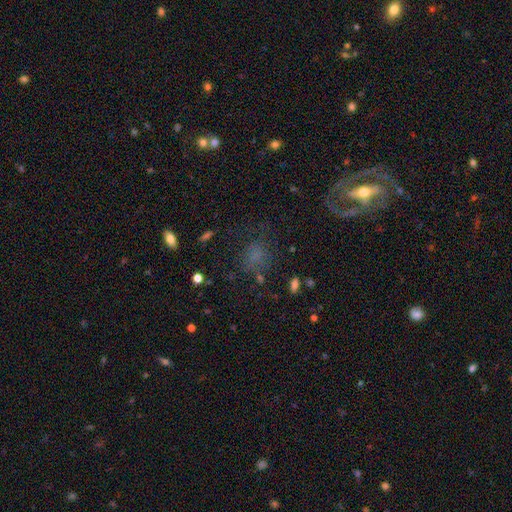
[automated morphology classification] smooth_or_featured: smooth (p=0.55) [alt: star or artifact p=0.25]
how_rounded: round (p=0.51) [alt: in between p=0.47]
merging: none (p=0.58) [alt: minor disturbance p=0.19]